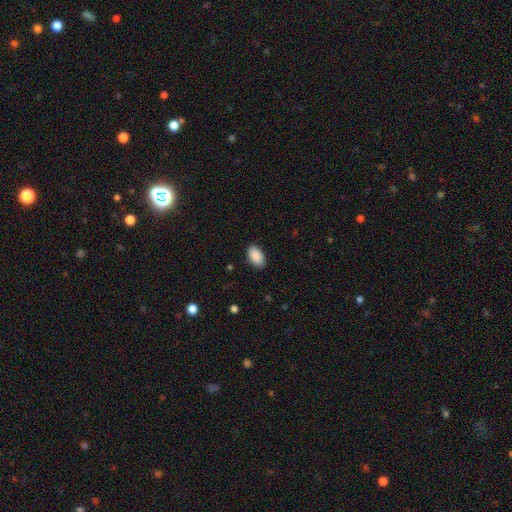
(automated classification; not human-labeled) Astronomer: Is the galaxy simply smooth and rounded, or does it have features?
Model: smooth — 90%.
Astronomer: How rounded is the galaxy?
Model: in between — 94%.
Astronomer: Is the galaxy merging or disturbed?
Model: none — 87%.